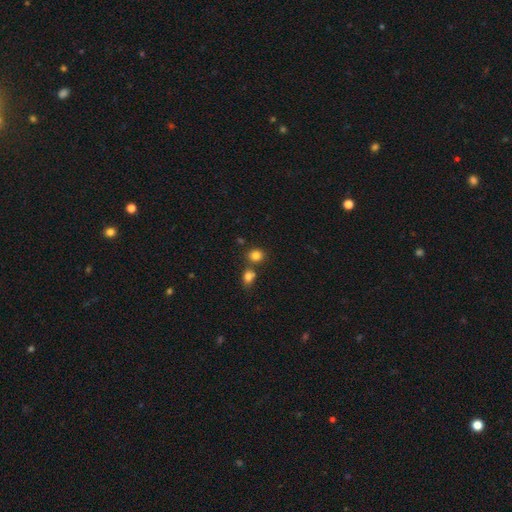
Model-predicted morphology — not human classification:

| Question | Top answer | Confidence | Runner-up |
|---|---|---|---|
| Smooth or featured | smooth | 82% | star or artifact (12%) |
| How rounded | round | 71% | in between (27%) |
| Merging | none | 65% | merger (23%) |